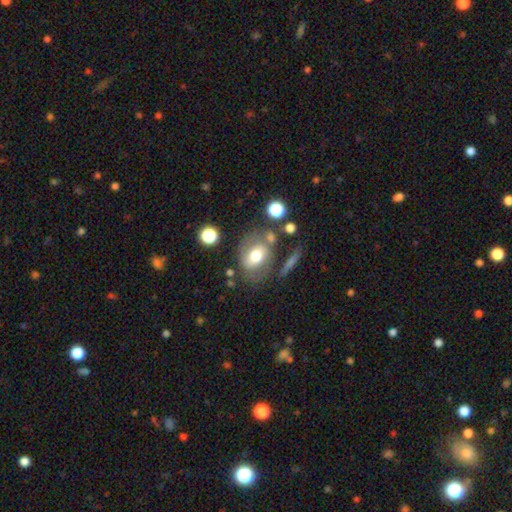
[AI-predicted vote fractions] smooth_or_featured: smooth (p=0.57) [alt: featured or disk p=0.33]
how_rounded: in between (p=0.60) [alt: round p=0.39]
merging: none (p=0.56) [alt: minor disturbance p=0.21]